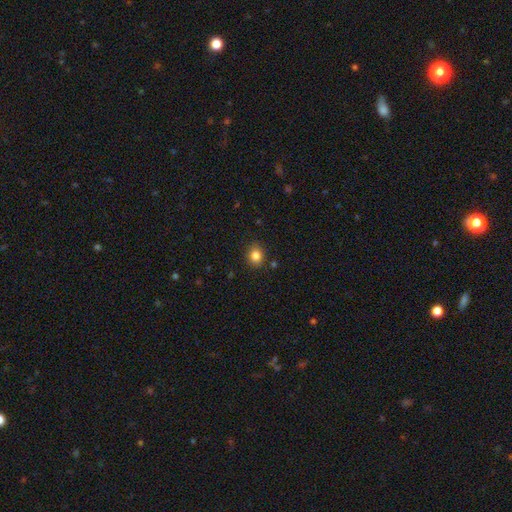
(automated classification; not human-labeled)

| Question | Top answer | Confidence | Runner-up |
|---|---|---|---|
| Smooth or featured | smooth | 83% | star or artifact (11%) |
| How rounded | round | 63% | in between (36%) |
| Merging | none | 87% | minor disturbance (9%) |